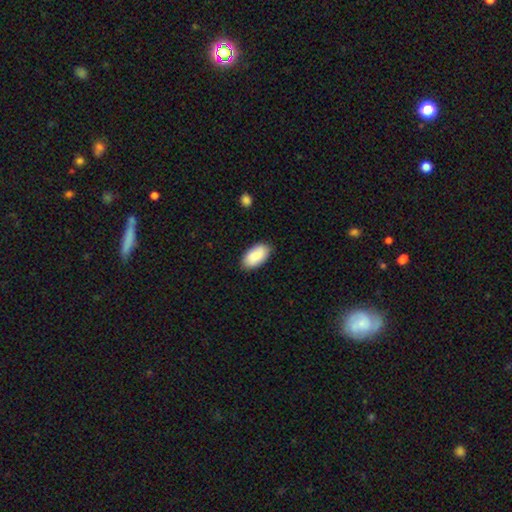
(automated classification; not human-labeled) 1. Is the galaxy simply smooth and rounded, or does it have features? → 90% smooth, 5% star or artifact, 4% featured or disk.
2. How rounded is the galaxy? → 96% in between, 2% round, 2% cigar-shaped.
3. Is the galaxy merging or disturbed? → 87% none, 10% minor disturbance, 2% major disturbance, 1% merger.